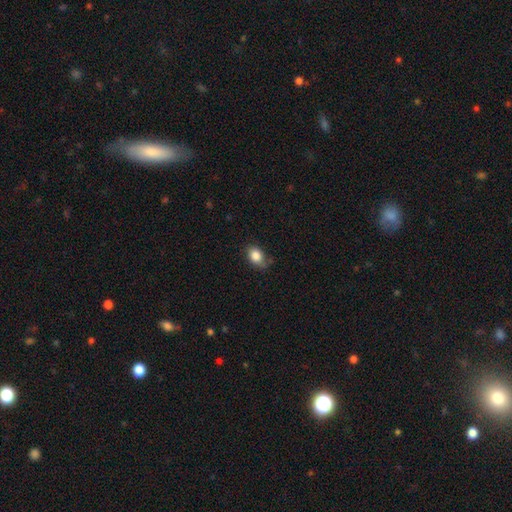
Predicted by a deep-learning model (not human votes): Smooth or featured? smooth (85%)
How rounded? in between (64%)
Merging? none (69%)